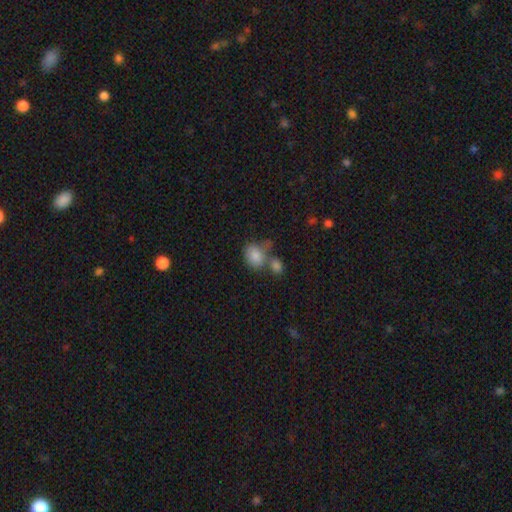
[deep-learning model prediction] Smooth or featured? smooth (82%)
How rounded? in between (59%)
Merging? merger (45%)